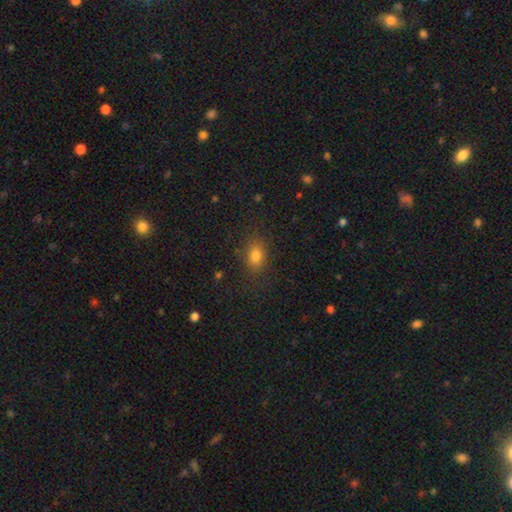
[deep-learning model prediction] Smooth or featured?
  - smooth: 79% *
  - star or artifact: 13%
  - featured or disk: 8%
How rounded?
  - in between: 70% *
  - round: 28%
  - cigar-shaped: 2%
Merging?
  - none: 83% *
  - minor disturbance: 12%
  - major disturbance: 4%
  - merger: 1%